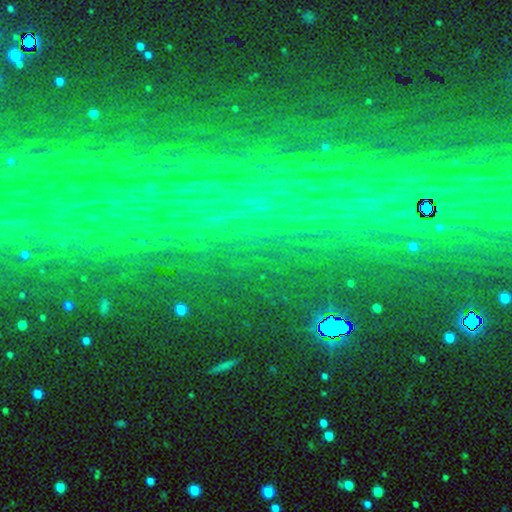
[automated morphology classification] This is clearly a star or artifact rather than a galaxy (82%).